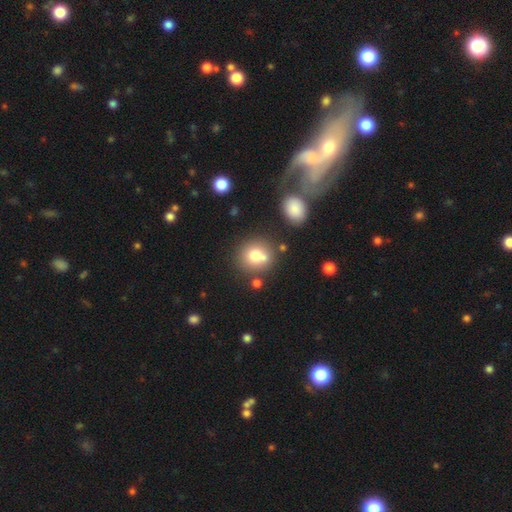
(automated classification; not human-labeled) smooth-or-featured: smooth: 73% | featured or disk: 15% | star or artifact: 12%
  how-rounded: round: 85% | in between: 14% | cigar-shaped: 1%
  merging: none: 64% | merger: 20% | minor disturbance: 12% | major disturbance: 4%